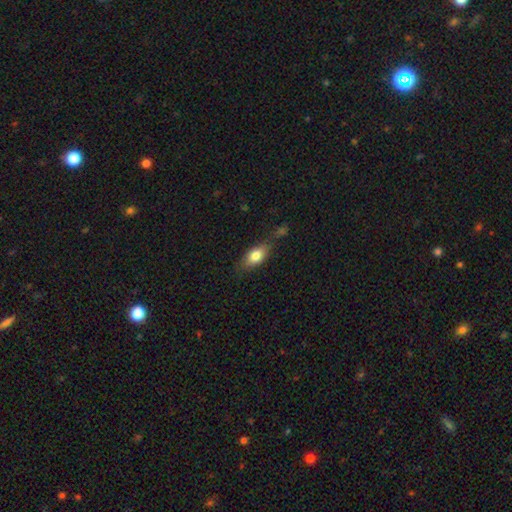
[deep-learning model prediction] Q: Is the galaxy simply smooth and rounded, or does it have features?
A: smooth — 77%.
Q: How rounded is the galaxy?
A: in between — 81%.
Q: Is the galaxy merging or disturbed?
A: none — 65%.